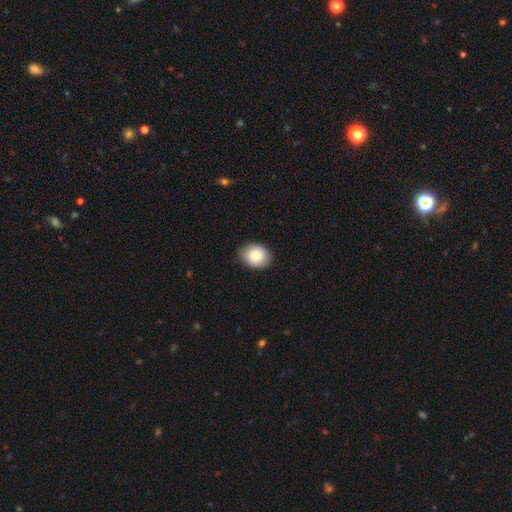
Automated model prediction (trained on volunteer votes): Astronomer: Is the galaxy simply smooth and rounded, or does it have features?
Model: smooth — 83%.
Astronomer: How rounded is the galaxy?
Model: round — 52% (runner-up: in between, 47%).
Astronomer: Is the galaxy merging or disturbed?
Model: none — 81%.